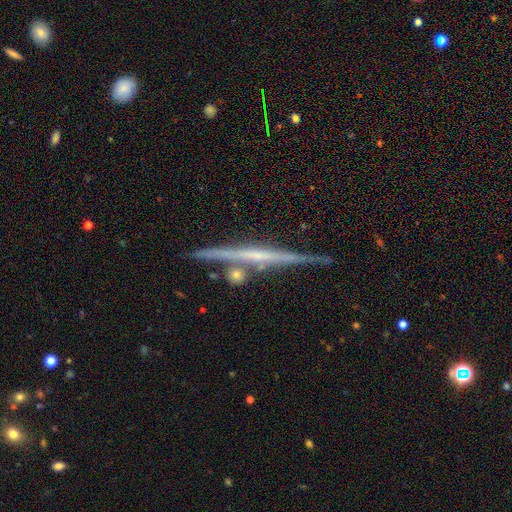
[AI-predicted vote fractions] featured or disk 76%, smooth 17%, star or artifact 7%. Down the decision tree: edge-on disk — yes (98%); edge-on bulge — none (69%); merging — none (82%).